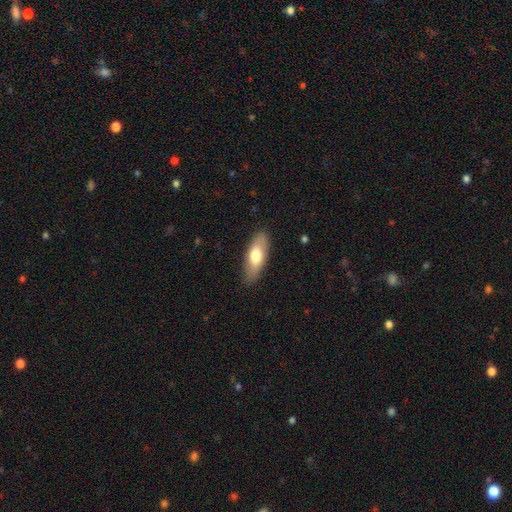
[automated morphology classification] Smooth or featured?
  - smooth: 70% *
  - featured or disk: 24%
  - star or artifact: 6%
How rounded?
  - in between: 72% *
  - cigar-shaped: 26%
  - round: 2%
Merging?
  - none: 85% *
  - minor disturbance: 11%
  - major disturbance: 2%
  - merger: 1%